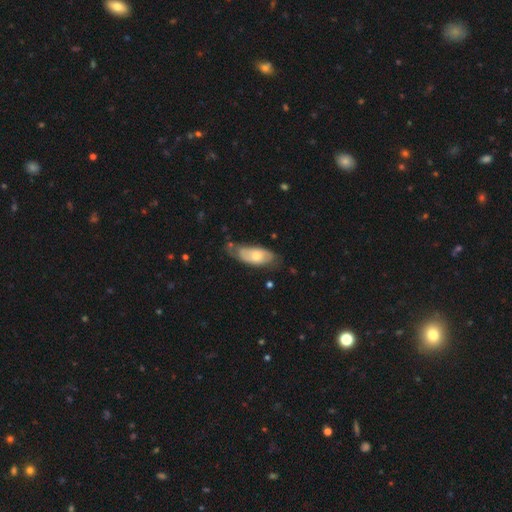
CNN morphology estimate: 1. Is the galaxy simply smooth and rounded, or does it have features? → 50% smooth, 44% featured or disk, 6% star or artifact.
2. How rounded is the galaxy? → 83% in between, 14% cigar-shaped, 3% round.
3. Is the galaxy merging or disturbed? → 52% none, 33% minor disturbance, 11% major disturbance, 4% merger.